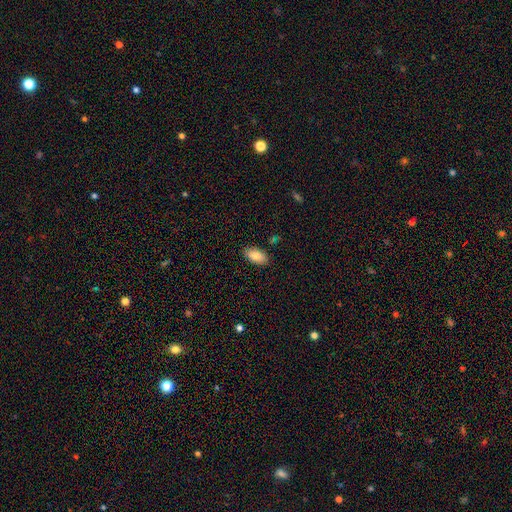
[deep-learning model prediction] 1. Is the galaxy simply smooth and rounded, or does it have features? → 83% smooth, 10% featured or disk, 7% star or artifact.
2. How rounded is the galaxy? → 94% in between, 3% cigar-shaped, 3% round.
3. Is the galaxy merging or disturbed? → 87% none, 10% minor disturbance, 2% major disturbance, 2% merger.